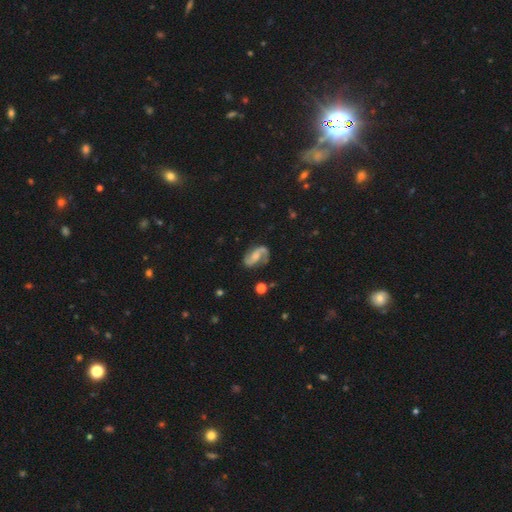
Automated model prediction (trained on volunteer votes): This is clearly a featured or disk galaxy (83%). It is clearly not viewed edge-on (97%). Bar: marginally weak (41%). Spiral arm pattern: clearly yes (96%). Spiral arm count: clearly 2 (90%). Spiral winding: marginally medium (44%). Central bulge: marginally moderate (32%). Merging: likely none (73%).